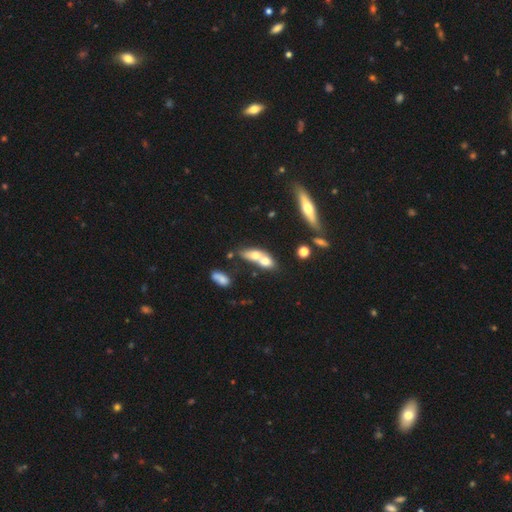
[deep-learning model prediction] Q: Smooth or featured?
A: smooth (60%); runner-up: featured or disk (30%)
Q: How rounded?
A: in between (63%); runner-up: cigar-shaped (19%)
Q: Merging?
A: merger (71%); runner-up: none (18%)